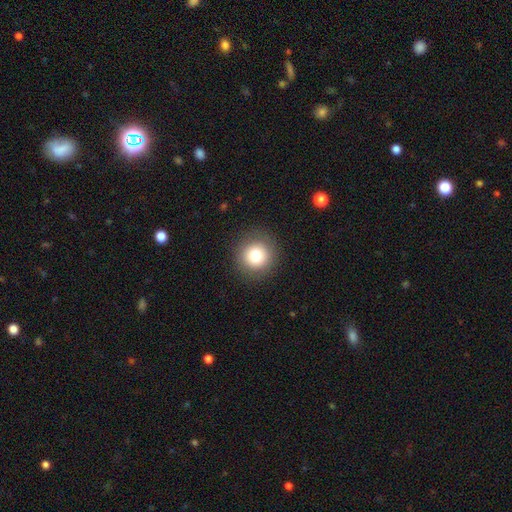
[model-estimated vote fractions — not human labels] smooth-or-featured: smooth: 78% | star or artifact: 11% | featured or disk: 11%
  how-rounded: round: 95% | in between: 4% | cigar-shaped: 1%
  merging: none: 90% | minor disturbance: 6% | major disturbance: 3% | merger: 1%